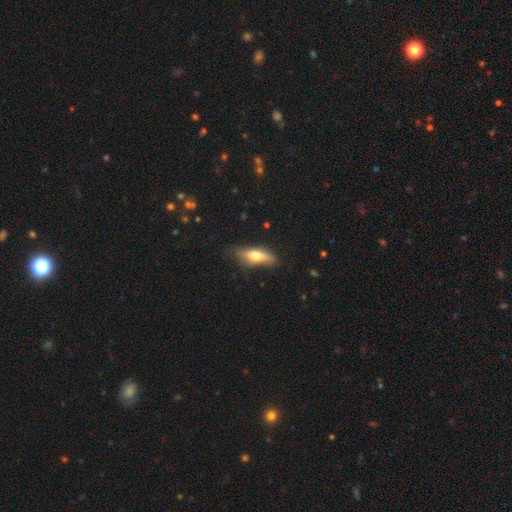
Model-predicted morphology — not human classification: A smooth galaxy with no disk features (63%) that is in between round and cigar-shaped (60%). Merging: none (67%).